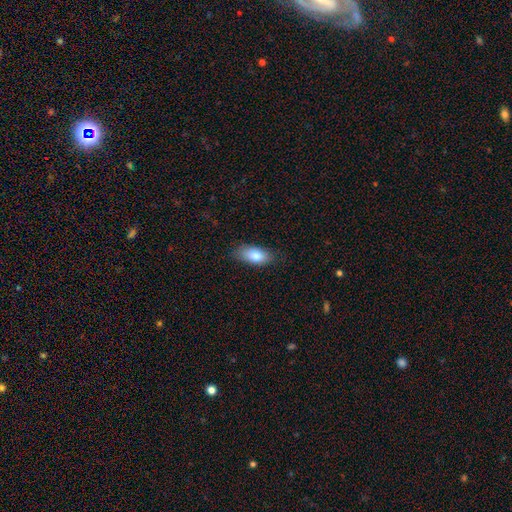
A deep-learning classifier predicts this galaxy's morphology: This is clearly a smooth galaxy (81%). How rounded: clearly in between (86%). Merging: clearly none (82%).